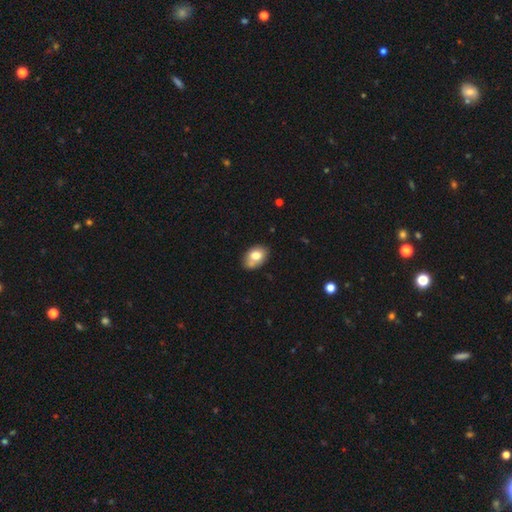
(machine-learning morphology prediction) Smooth or featured? Predicted: smooth (p=0.74). How rounded? Predicted: in between (p=0.81). Merging? Predicted: none (p=0.57).